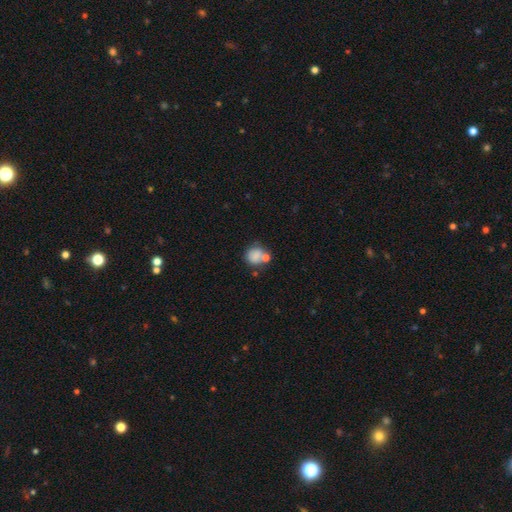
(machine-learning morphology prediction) The model was most divided on "merging": none: 50%, merger: 27%, minor disturbance: 16%, major disturbance: 7%. More confident: smooth or featured — smooth (78%); how rounded — round (76%).